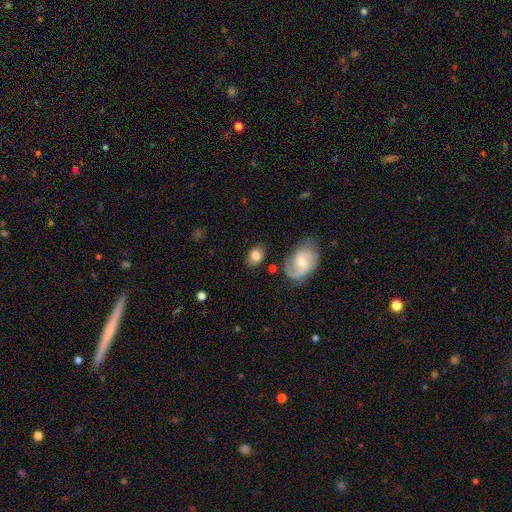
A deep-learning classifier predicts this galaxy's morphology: Smooth or featured: smooth — 69% (featured or disk — 23%)
How rounded: in between — 67% (round — 32%)
Merging: none — 72% (minor disturbance — 16%)